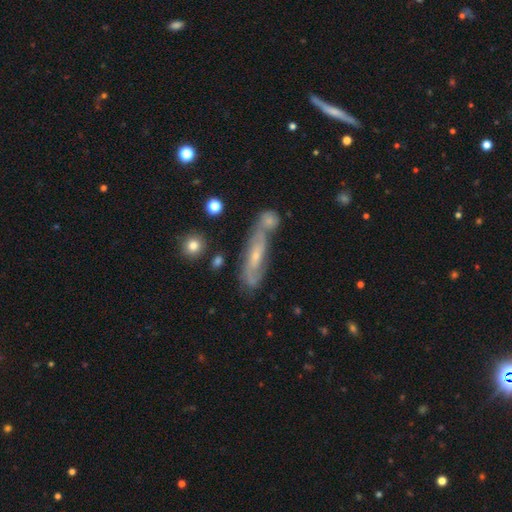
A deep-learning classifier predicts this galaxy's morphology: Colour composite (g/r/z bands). It shows a featured or disk galaxy (55%) viewed edge-on (53%). Merging: none (49%).